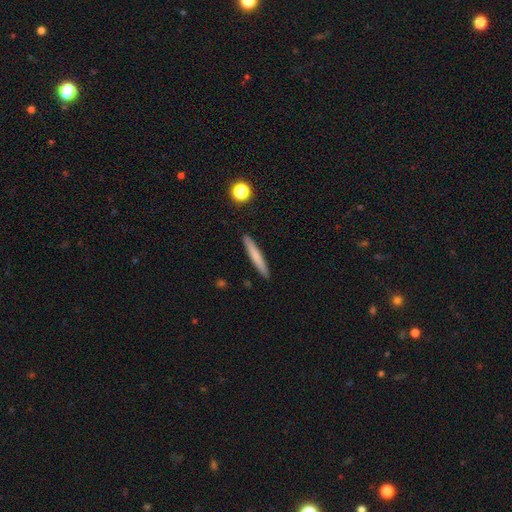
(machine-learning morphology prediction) The model was most divided on "smooth or featured": smooth: 70%, featured or disk: 23%, star or artifact: 6%. More confident: how rounded — cigar-shaped (95%); merging — none (91%).